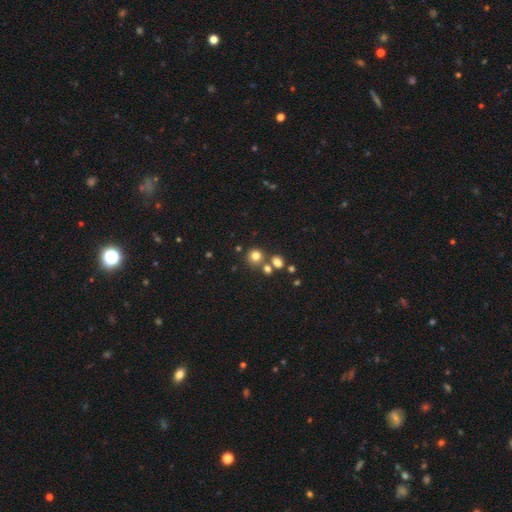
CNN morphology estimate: This is likely a smooth galaxy (76%). How rounded: clearly round (89%). Merging: likely none (69%).